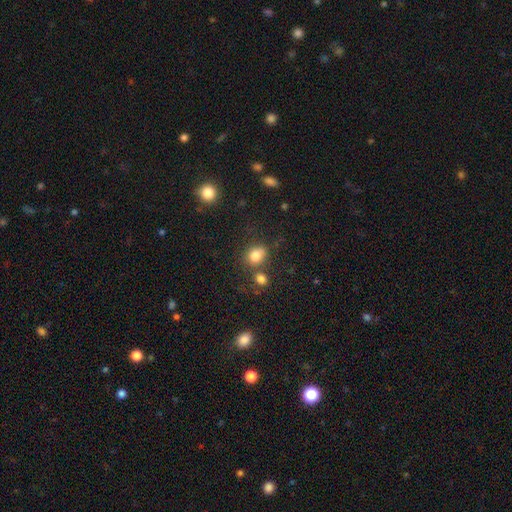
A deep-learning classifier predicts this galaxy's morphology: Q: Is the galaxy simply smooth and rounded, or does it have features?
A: smooth — 80%.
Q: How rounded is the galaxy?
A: round — 59%.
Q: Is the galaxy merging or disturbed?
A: none — 57%.